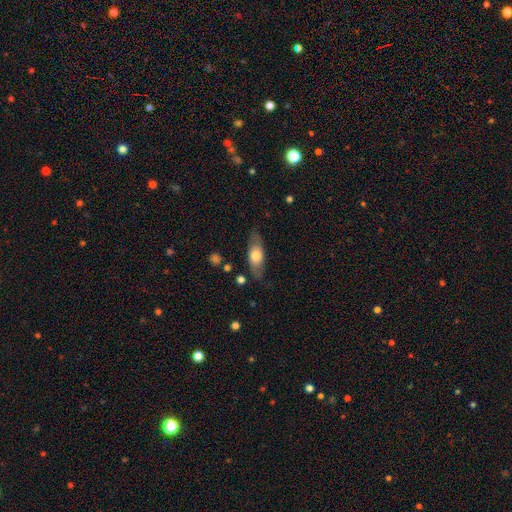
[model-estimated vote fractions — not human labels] Q: Smooth or featured?
A: smooth (61%); runner-up: featured or disk (33%)
Q: How rounded?
A: in between (74%); runner-up: cigar-shaped (22%)
Q: Merging?
A: none (77%); runner-up: minor disturbance (17%)